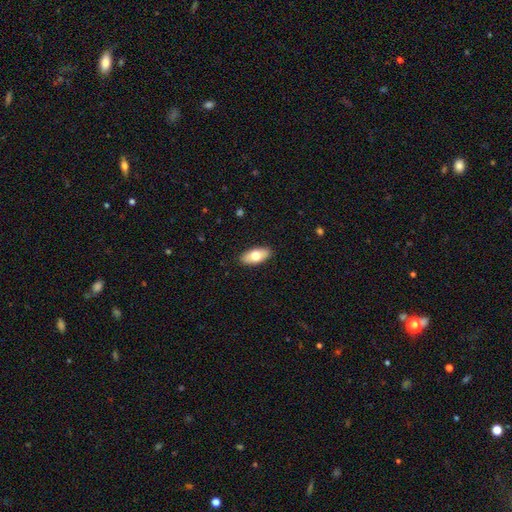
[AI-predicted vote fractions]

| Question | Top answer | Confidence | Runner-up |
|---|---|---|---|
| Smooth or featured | smooth | 71% | featured or disk (23%) |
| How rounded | in between | 89% | cigar-shaped (8%) |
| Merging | none | 90% | minor disturbance (8%) |